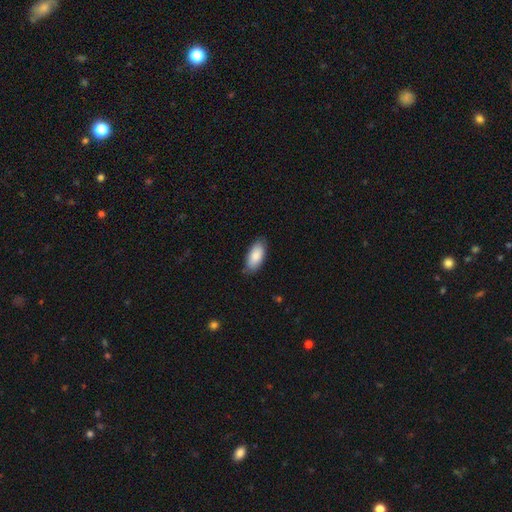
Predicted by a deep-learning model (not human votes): Q: Smooth or featured?
A: smooth (86%); runner-up: featured or disk (8%)
Q: How rounded?
A: in between (91%); runner-up: cigar-shaped (8%)
Q: Merging?
A: none (79%); runner-up: minor disturbance (17%)